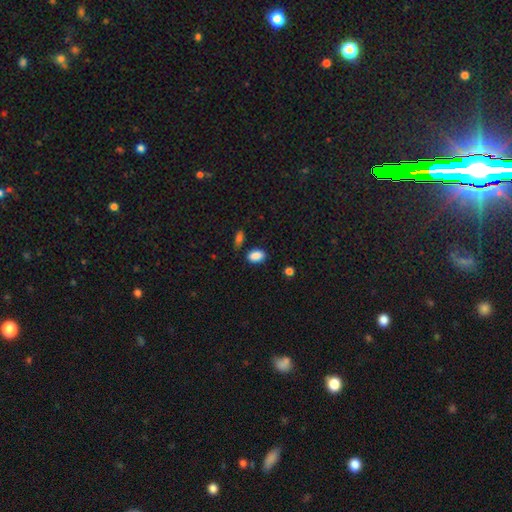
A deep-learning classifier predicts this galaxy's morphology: Smooth or featured? Predicted: smooth (p=0.88). How rounded? Predicted: in between (p=0.89). Merging? Predicted: none (p=0.79).